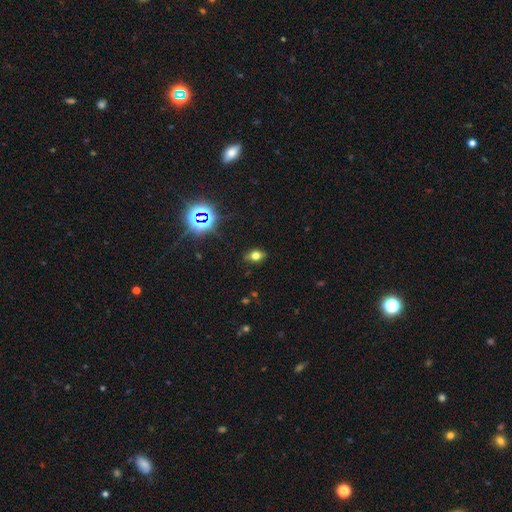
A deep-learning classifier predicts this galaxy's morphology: A smooth galaxy with no disk features (65%) that is in between round and cigar-shaped (76%). Merging: none (83%).